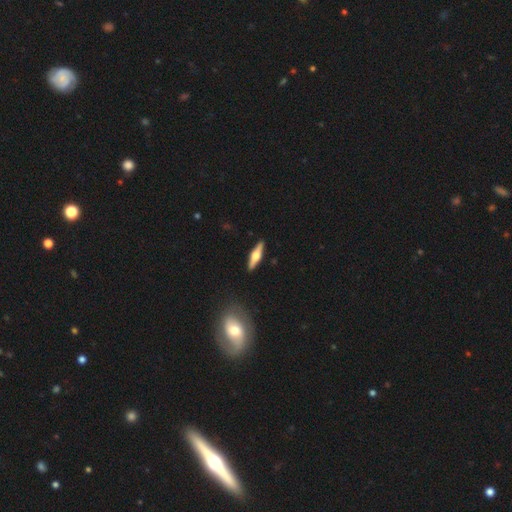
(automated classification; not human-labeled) Q: Smooth or featured?
A: featured or disk (63%); runner-up: smooth (31%)
Q: Edge-on disk?
A: yes (96%); runner-up: no (4%)
Q: Edge-on bulge?
A: rounded (93%); runner-up: boxy (5%)
Q: Merging?
A: none (90%); runner-up: minor disturbance (7%)